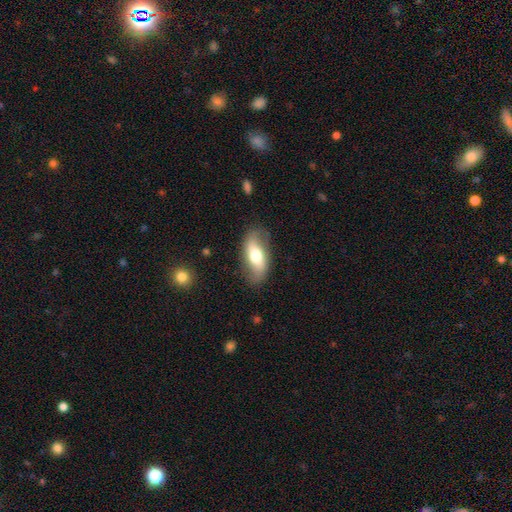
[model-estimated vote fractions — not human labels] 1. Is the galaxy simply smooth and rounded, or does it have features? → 50% featured or disk, 43% smooth, 6% star or artifact.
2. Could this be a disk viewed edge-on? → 79% no, 21% yes.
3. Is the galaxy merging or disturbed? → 78% none, 15% minor disturbance, 5% major disturbance, 1% merger.